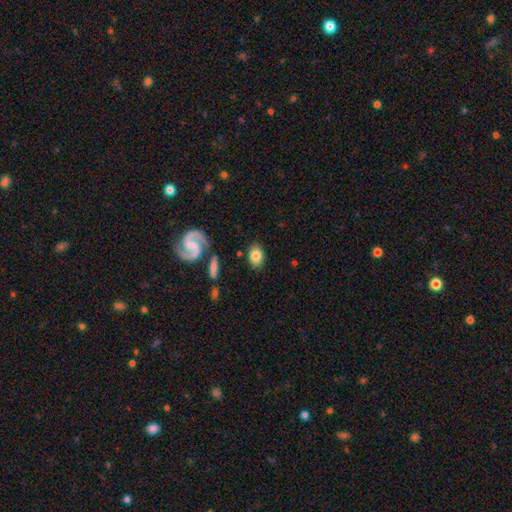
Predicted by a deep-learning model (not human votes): Morphology: type=smooth (72%); roundness=in between (80%); merging=none (81%).